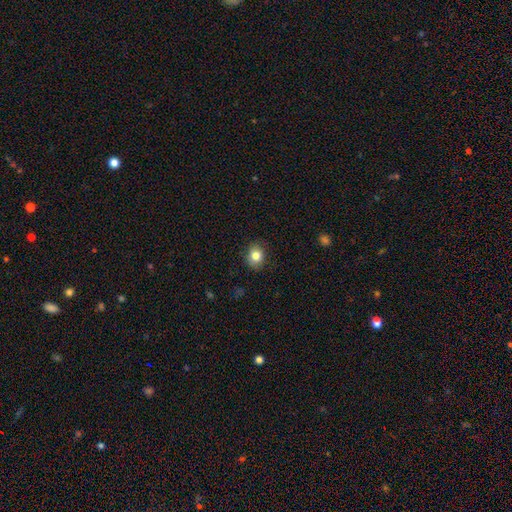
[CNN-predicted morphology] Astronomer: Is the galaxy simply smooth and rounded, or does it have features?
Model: smooth — 82%.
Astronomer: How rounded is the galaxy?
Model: round — 58% (runner-up: in between, 41%).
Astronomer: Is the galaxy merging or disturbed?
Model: none — 87%.